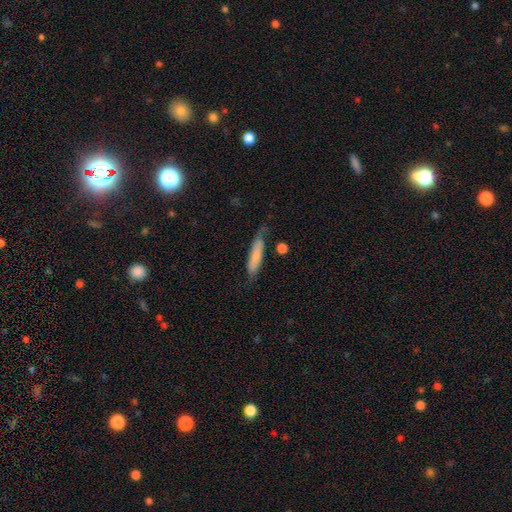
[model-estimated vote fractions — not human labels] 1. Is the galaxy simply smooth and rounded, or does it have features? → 70% smooth, 23% featured or disk, 6% star or artifact.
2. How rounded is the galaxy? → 79% cigar-shaped, 19% in between, 2% round.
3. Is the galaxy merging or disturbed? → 63% none, 25% minor disturbance, 8% major disturbance, 4% merger.